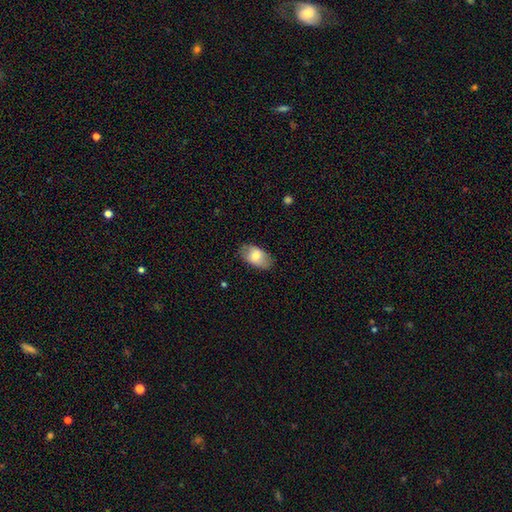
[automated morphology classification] smooth_or_featured: smooth (p=0.71) [alt: featured or disk p=0.22]
how_rounded: in between (p=0.92) [alt: round p=0.06]
merging: none (p=0.81) [alt: minor disturbance p=0.15]